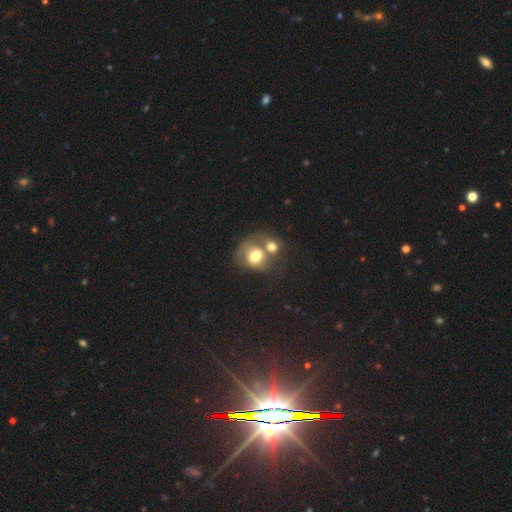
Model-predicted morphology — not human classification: The model was most divided on "smooth or featured": smooth: 61%, featured or disk: 30%, star or artifact: 9%. More confident: how rounded — round (65%); merging — merger (63%).